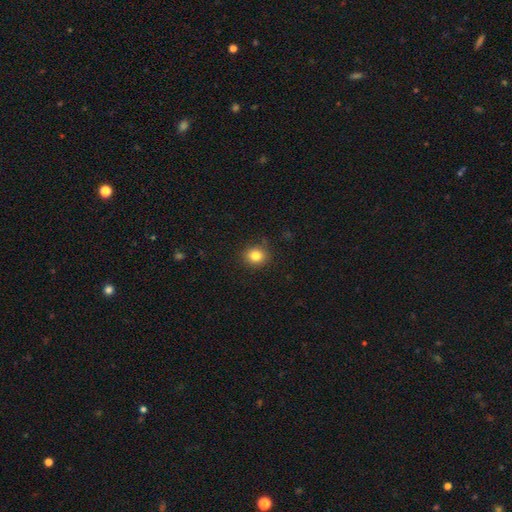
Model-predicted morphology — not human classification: smooth-or-featured: smooth: 82% | star or artifact: 12% | featured or disk: 7%
  how-rounded: round: 79% | in between: 20% | cigar-shaped: 1%
  merging: none: 87% | minor disturbance: 10% | major disturbance: 3% | merger: 1%